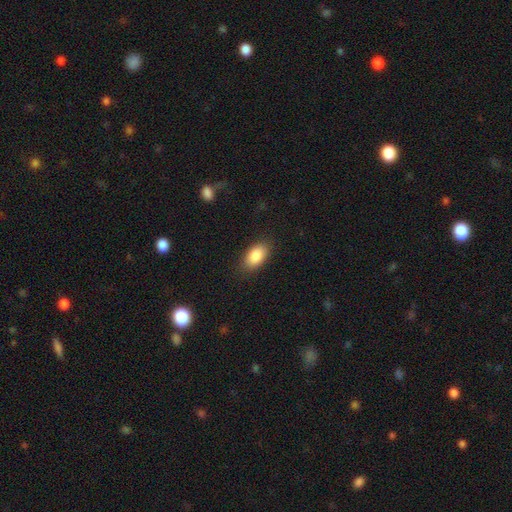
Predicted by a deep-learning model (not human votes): Smooth or featured?
  - smooth: 87% *
  - star or artifact: 7%
  - featured or disk: 6%
How rounded?
  - in between: 92% *
  - round: 6%
  - cigar-shaped: 2%
Merging?
  - none: 85% *
  - minor disturbance: 11%
  - major disturbance: 3%
  - merger: 1%